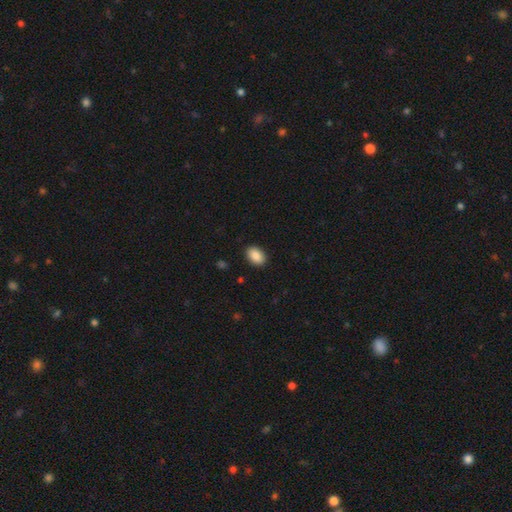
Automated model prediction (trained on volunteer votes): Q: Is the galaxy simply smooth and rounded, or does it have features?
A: smooth — 89%.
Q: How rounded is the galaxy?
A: in between — 86%.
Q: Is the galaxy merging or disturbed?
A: none — 90%.